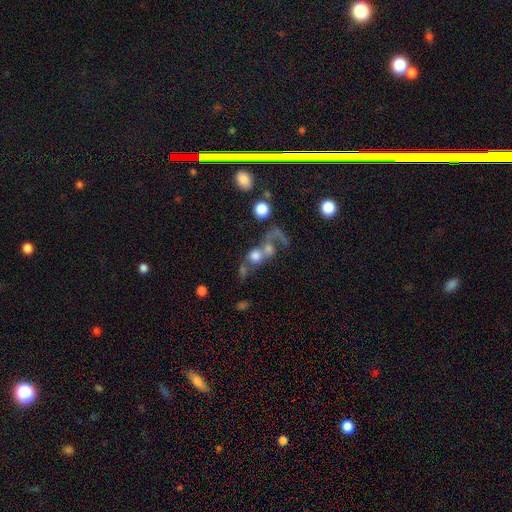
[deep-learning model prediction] Smooth or featured: smooth — 56% (featured or disk — 30%)
How rounded: round — 69% (in between — 27%)
Merging: merger — 58% (major disturbance — 18%)